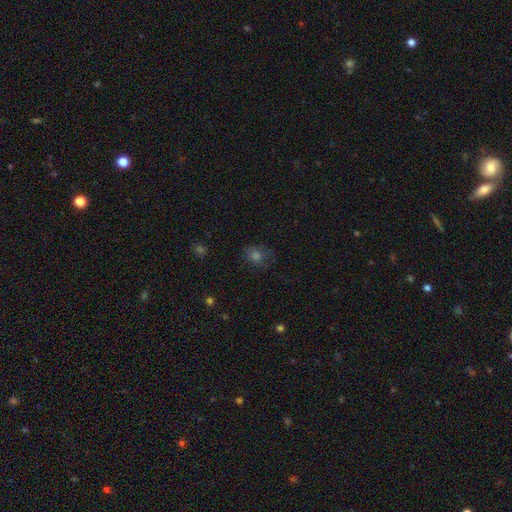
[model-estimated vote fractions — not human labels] smooth 64%, star or artifact 24%, featured or disk 12%. Down the decision tree: how rounded — round (62%); merging — none (75%).